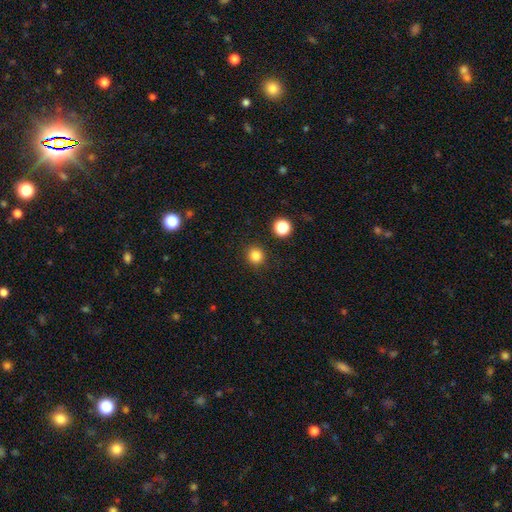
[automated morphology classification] Smooth or featured: smooth — 83% (star or artifact — 13%)
How rounded: round — 92% (in between — 7%)
Merging: none — 90% (minor disturbance — 6%)